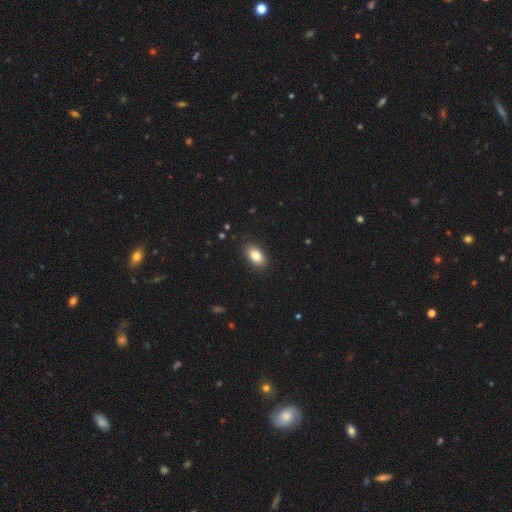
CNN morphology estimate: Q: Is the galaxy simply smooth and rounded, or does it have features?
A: smooth — 83%.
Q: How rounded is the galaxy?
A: in between — 91%.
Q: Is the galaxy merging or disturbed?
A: none — 87%.